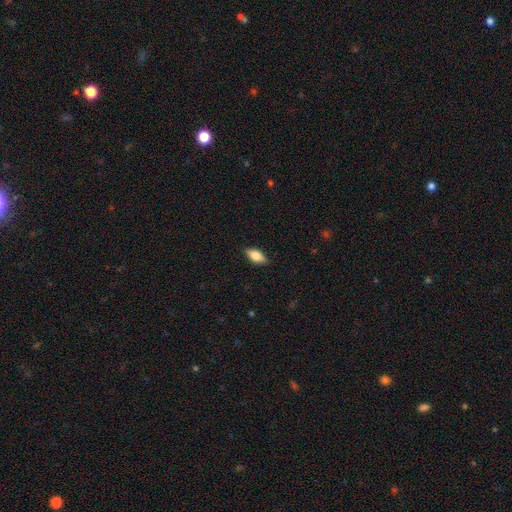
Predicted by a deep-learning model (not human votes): A smooth galaxy with no disk features (72%) that is in between round and cigar-shaped (84%).

Vote fractions:
- Smooth or featured? smooth: 72% / featured or disk: 21% / star or artifact: 7%
- How rounded? in between: 84% / cigar-shaped: 12% / round: 4%
- Merging? none: 86% / minor disturbance: 11% / major disturbance: 2% / merger: 1%